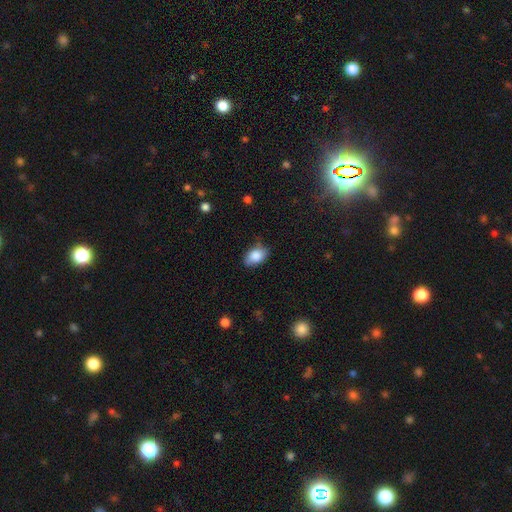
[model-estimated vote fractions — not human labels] A smooth galaxy with no disk features (84%) that is in between round and cigar-shaped (87%).

Vote fractions:
- Smooth or featured? smooth: 84% / featured or disk: 8% / star or artifact: 7%
- How rounded? in between: 87% / round: 11% / cigar-shaped: 2%
- Merging? none: 74% / minor disturbance: 21% / major disturbance: 4% / merger: 2%